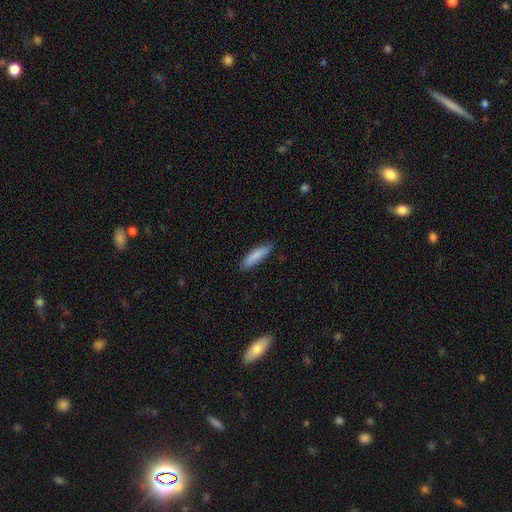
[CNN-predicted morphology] A smooth galaxy with no disk features (85%) that is cigar-shaped (63%). Merging: none (82%).